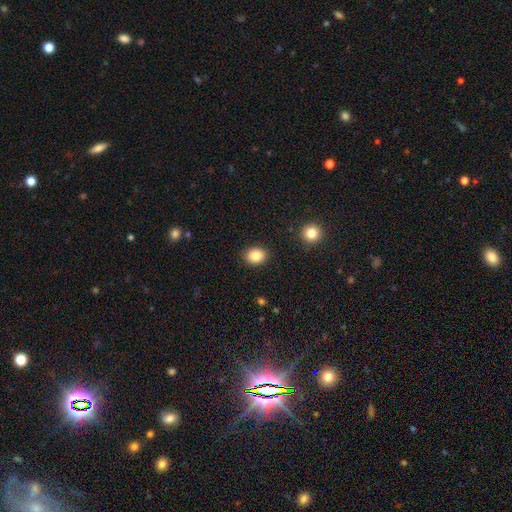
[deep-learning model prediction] Smooth or featured? smooth (86%)
How rounded? in between (50%)
Merging? none (89%)